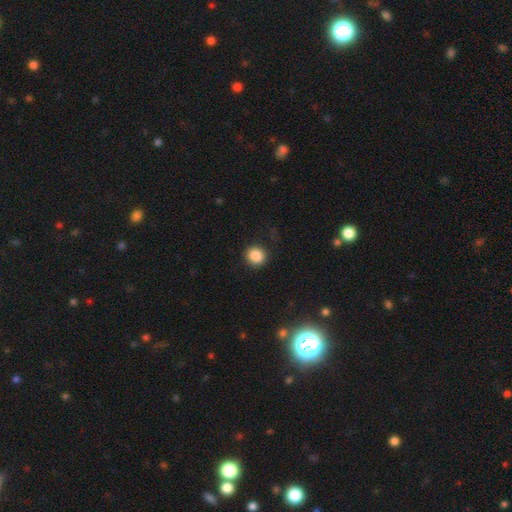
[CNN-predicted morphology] Smooth or featured? Predicted: smooth (p=0.87). How rounded? Predicted: round (p=0.88). Merging? Predicted: none (p=0.89).